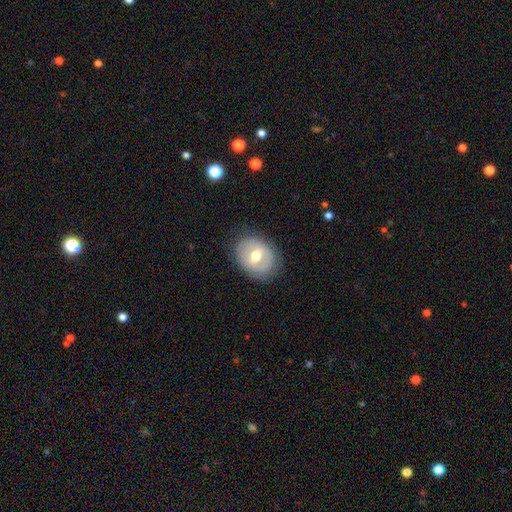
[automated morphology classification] smooth 50%, featured or disk 42%, star or artifact 7%. Down the decision tree: how rounded — in between (52%); merging — none (79%).